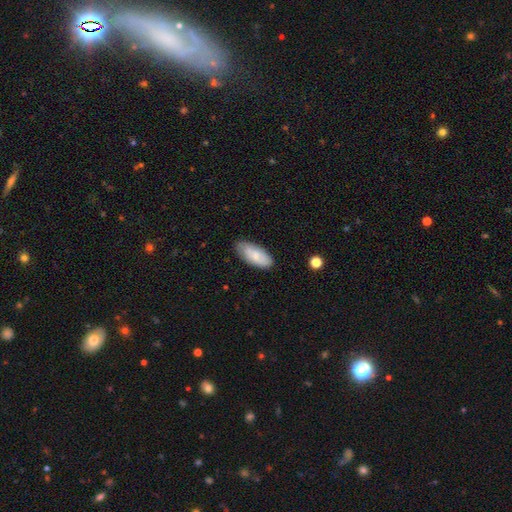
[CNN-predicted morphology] This appears to be a smooth galaxy with no disk features (74%) that is in between round and cigar-shaped (86%). Merging: none (78%).